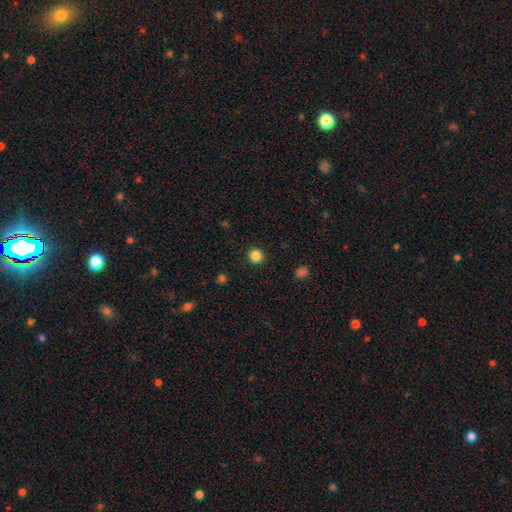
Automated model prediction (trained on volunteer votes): A smooth galaxy with no disk features (85%) that is round (95%). Merging: none (92%).